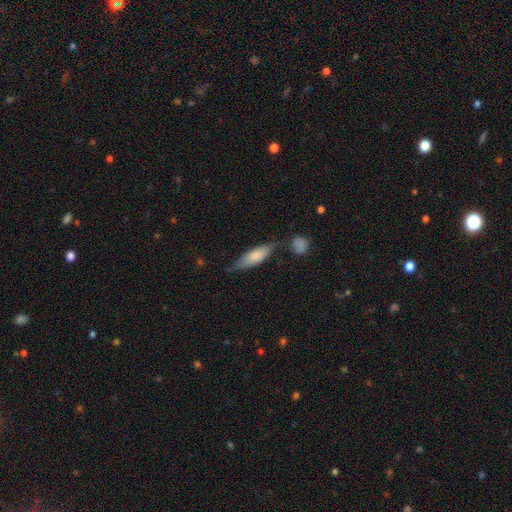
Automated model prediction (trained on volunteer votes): A smooth galaxy with no disk features (74%) that is in between round and cigar-shaped (51%).

Vote fractions:
- Smooth or featured? smooth: 74% / featured or disk: 20% / star or artifact: 6%
- How rounded? in between: 51% / cigar-shaped: 46% / round: 2%
- Merging? none: 55% / minor disturbance: 24% / merger: 13% / major disturbance: 8%